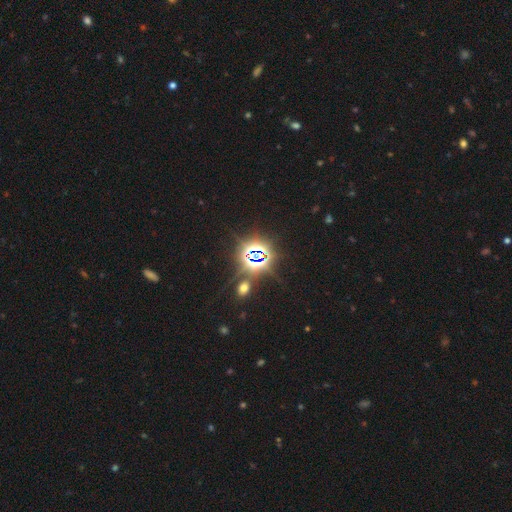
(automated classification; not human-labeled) smooth-or-featured: star or artifact: 80% | smooth: 13% | featured or disk: 8%